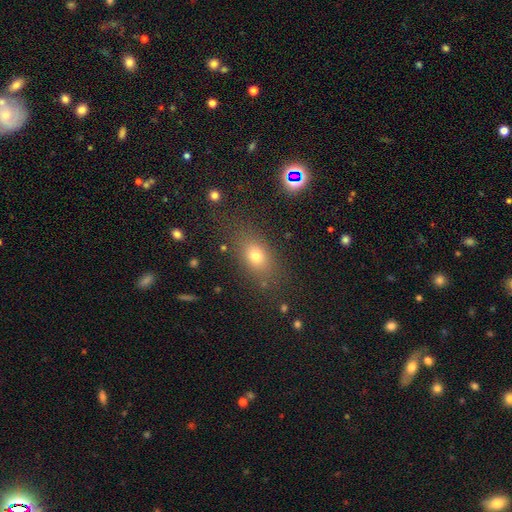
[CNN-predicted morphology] smooth-or-featured: smooth: 73% | star or artifact: 15% | featured or disk: 12%
  how-rounded: in between: 69% | round: 26% | cigar-shaped: 4%
  merging: none: 76% | minor disturbance: 13% | major disturbance: 7% | merger: 4%